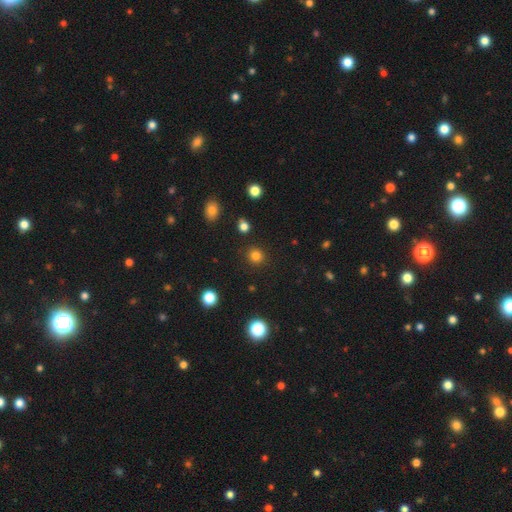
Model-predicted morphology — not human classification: Smooth or featured? Predicted: smooth (p=0.82). How rounded? Predicted: round (p=0.91). Merging? Predicted: none (p=0.90).